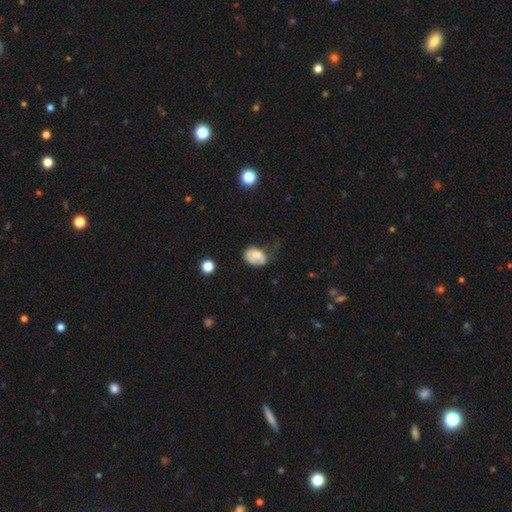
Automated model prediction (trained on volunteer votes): smooth-or-featured: smooth: 63% | featured or disk: 28% | star or artifact: 9%
  how-rounded: in between: 79% | round: 20% | cigar-shaped: 1%
  merging: minor disturbance: 37% | none: 34% | major disturbance: 24% | merger: 5%